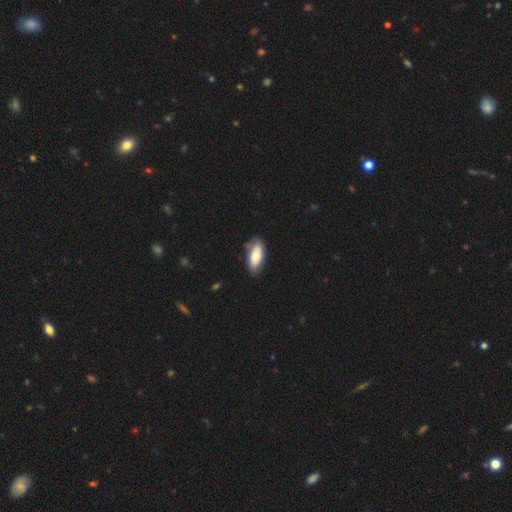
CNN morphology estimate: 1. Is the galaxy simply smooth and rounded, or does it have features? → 77% smooth, 17% featured or disk, 6% star or artifact.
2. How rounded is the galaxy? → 87% in between, 11% cigar-shaped, 2% round.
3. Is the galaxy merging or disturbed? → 71% none, 22% minor disturbance, 4% major disturbance, 3% merger.